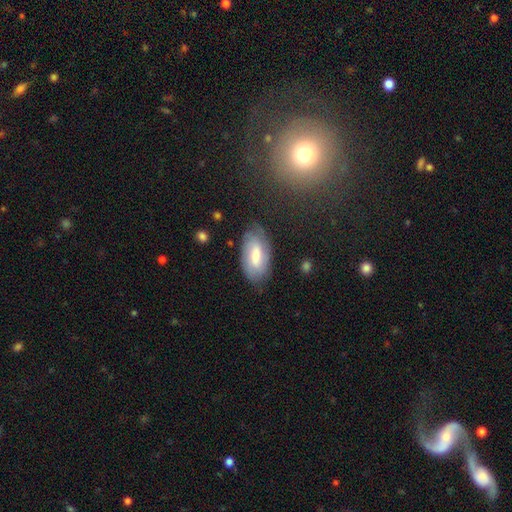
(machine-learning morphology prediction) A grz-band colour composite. It shows a smooth galaxy with no disk features (54%) that is in between round and cigar-shaped (92%). Merging: none (74%).